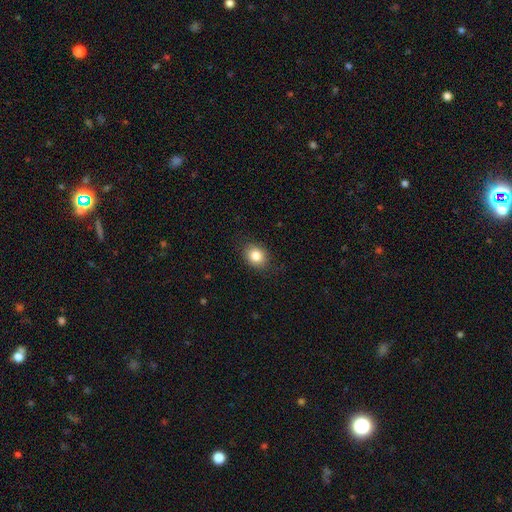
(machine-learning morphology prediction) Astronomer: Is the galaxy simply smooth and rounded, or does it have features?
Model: smooth — 83%.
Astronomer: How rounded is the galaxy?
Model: in between — 50% (runner-up: round, 49%).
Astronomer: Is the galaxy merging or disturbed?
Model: none — 85%.